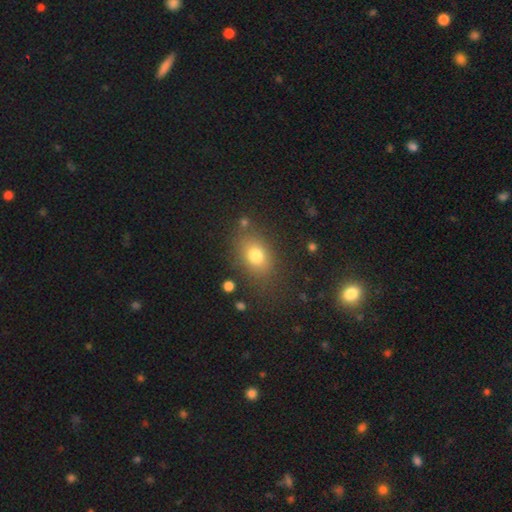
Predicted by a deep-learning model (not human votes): Overall: smooth (76%). How rounded: in between (65%; round 33%). Merging: none (78%).